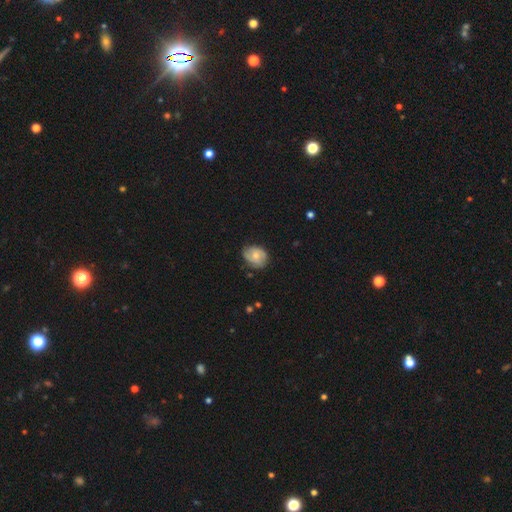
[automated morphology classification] A smooth galaxy with no disk features (47%).

Vote fractions:
- Smooth or featured? smooth: 47% / featured or disk: 46% / star or artifact: 7%
- Merging? none: 64% / minor disturbance: 29% / major disturbance: 6% / merger: 1%